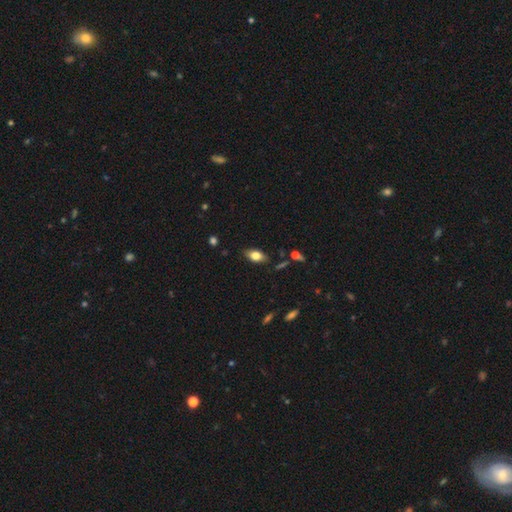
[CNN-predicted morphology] A smooth galaxy with no disk features (75%) that is in between round and cigar-shaped (87%). Merging: none (82%).